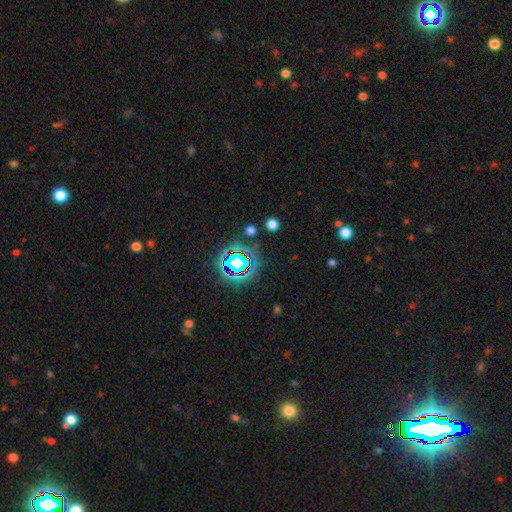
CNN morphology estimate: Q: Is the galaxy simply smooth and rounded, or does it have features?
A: star or artifact — 76%.